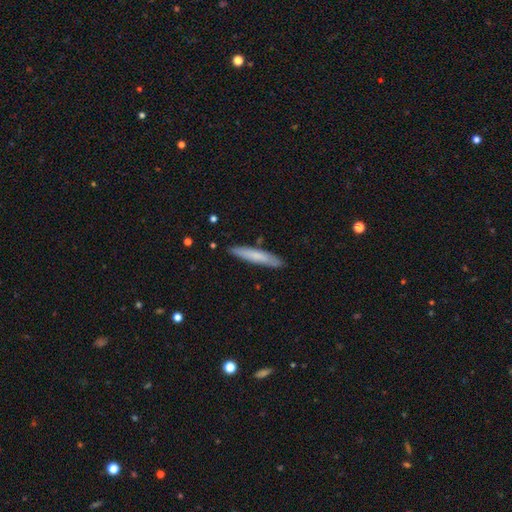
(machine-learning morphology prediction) Q: Smooth or featured?
A: smooth (70%); runner-up: featured or disk (24%)
Q: How rounded?
A: cigar-shaped (92%); runner-up: in between (7%)
Q: Merging?
A: none (88%); runner-up: minor disturbance (9%)